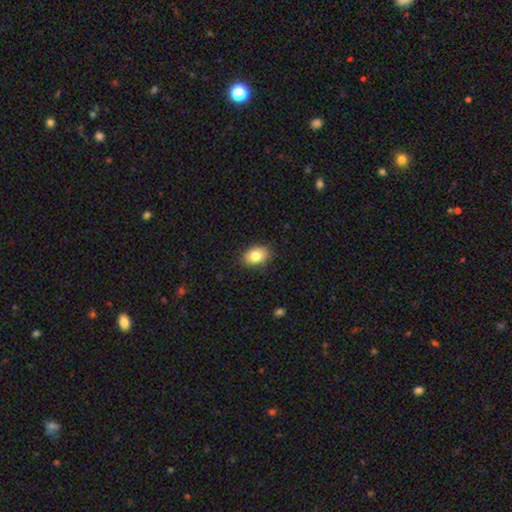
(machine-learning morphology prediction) Smooth or featured? smooth (82%)
How rounded? in between (80%)
Merging? none (87%)